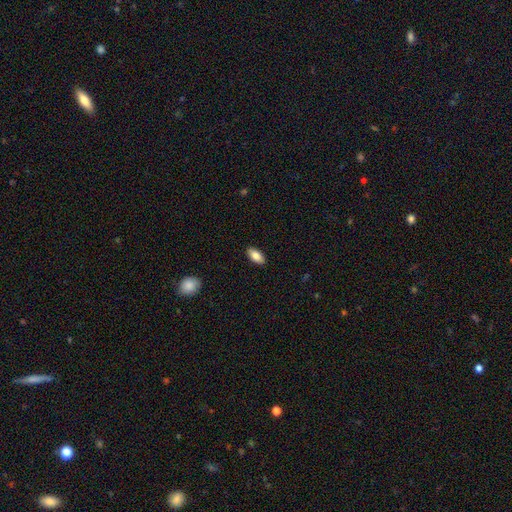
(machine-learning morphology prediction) This is clearly a smooth galaxy (83%). How rounded: clearly in between (90%). Merging: clearly none (90%).